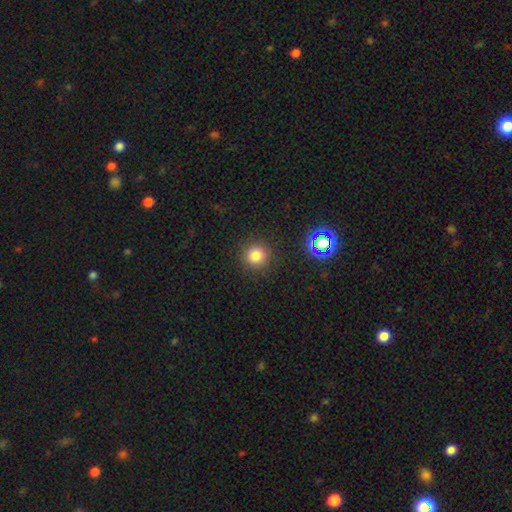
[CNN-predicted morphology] Smooth or featured? smooth (78%)
How rounded? round (93%)
Merging? none (90%)